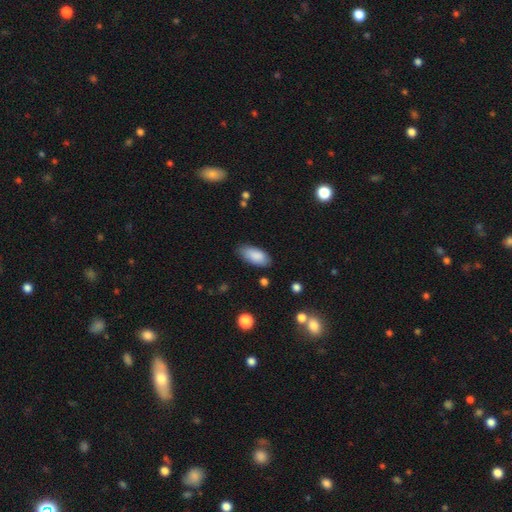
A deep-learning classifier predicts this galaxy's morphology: The model was most divided on "merging": none: 82%, minor disturbance: 13%, major disturbance: 3%, merger: 1%. More confident: how rounded — in between (90%); smooth or featured — smooth (88%).